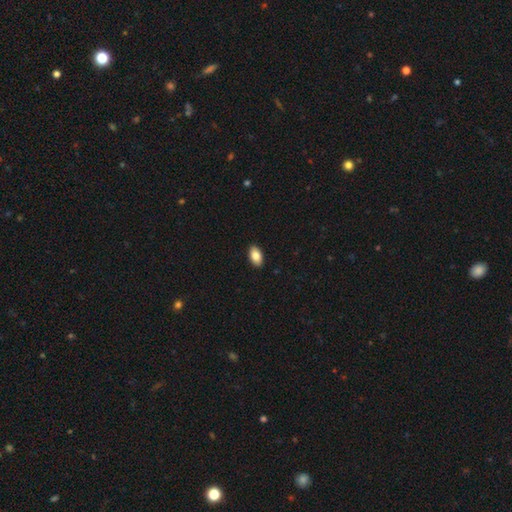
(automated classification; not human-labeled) This appears to be a smooth galaxy with no disk features (84%) that is in between round and cigar-shaped (93%). Merging: none (91%).